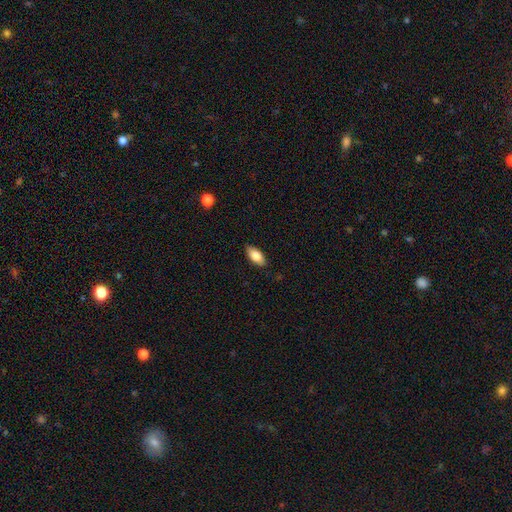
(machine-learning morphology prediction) smooth-or-featured: smooth: 83% | featured or disk: 10% | star or artifact: 7%
  how-rounded: in between: 89% | cigar-shaped: 9% | round: 2%
  merging: none: 86% | minor disturbance: 11% | major disturbance: 2% | merger: 1%